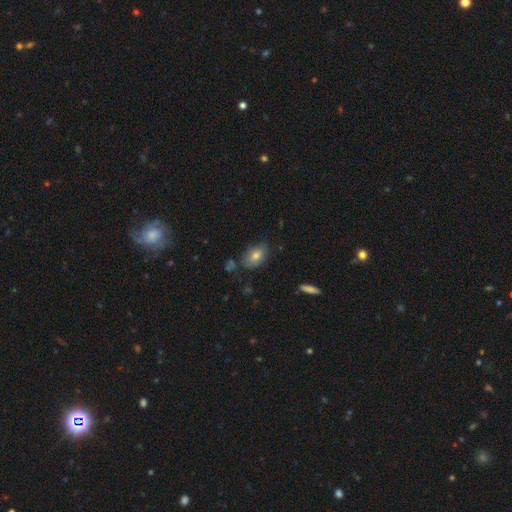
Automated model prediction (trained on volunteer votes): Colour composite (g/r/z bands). It shows a smooth galaxy with no disk features (74%) that is in between round and cigar-shaped (87%). Merging: none (72%).